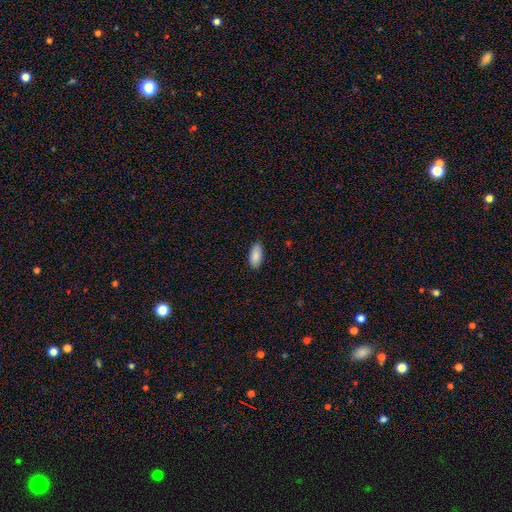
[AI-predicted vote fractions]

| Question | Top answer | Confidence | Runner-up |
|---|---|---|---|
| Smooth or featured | smooth | 89% | star or artifact (6%) |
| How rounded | in between | 90% | cigar-shaped (9%) |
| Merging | none | 88% | minor disturbance (9%) |